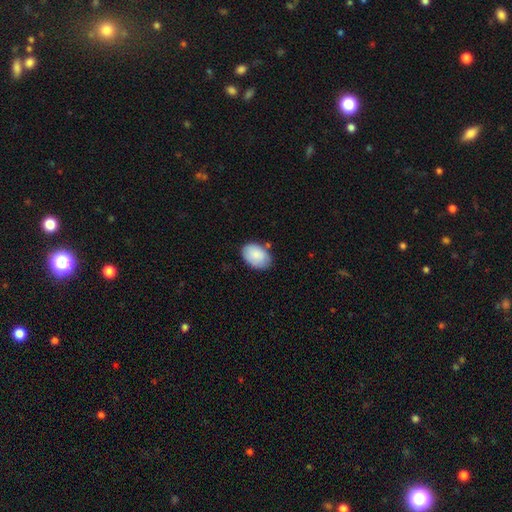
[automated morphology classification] smooth 87%, featured or disk 7%, star or artifact 6%. Down the decision tree: how rounded — in between (87%); merging — none (76%).